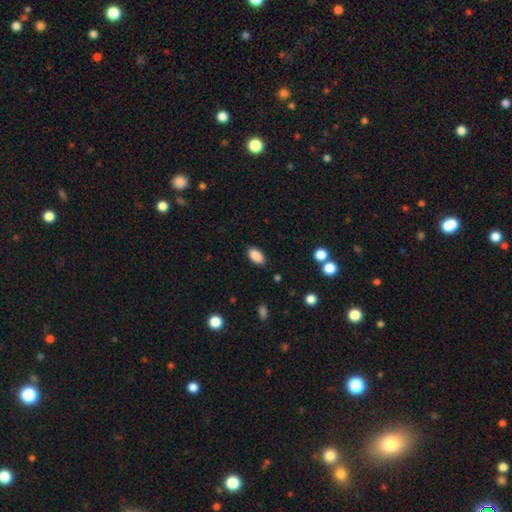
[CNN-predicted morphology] Smooth or featured? Predicted: smooth (p=0.89). How rounded? Predicted: in between (p=0.92). Merging? Predicted: none (p=0.87).